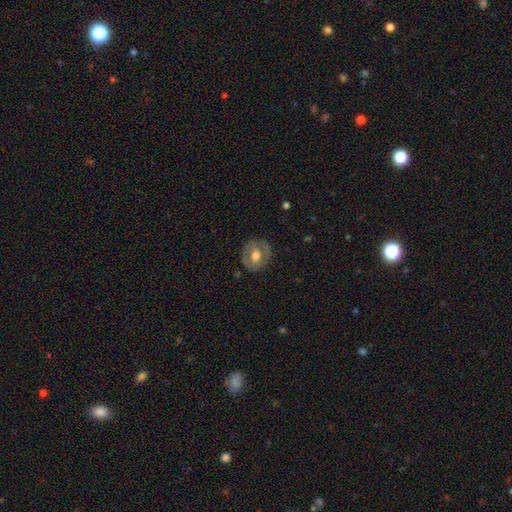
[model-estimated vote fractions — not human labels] Smooth or featured? featured or disk (49%)
Merging? none (79%)